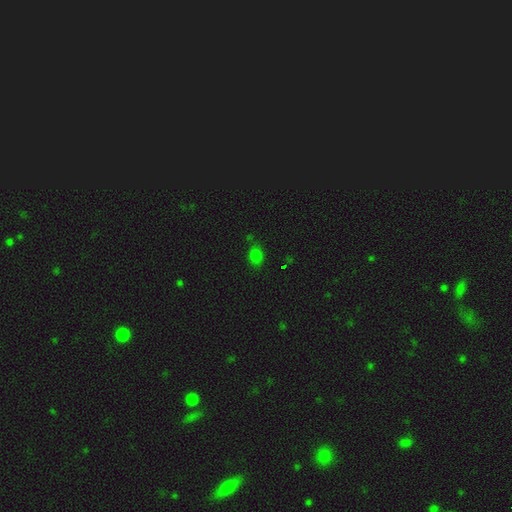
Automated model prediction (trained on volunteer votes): Smooth or featured?
  - smooth: 75% *
  - star or artifact: 19%
  - featured or disk: 5%
How rounded?
  - in between: 65% *
  - round: 33%
  - cigar-shaped: 2%
Merging?
  - none: 78% *
  - minor disturbance: 16%
  - major disturbance: 4%
  - merger: 3%